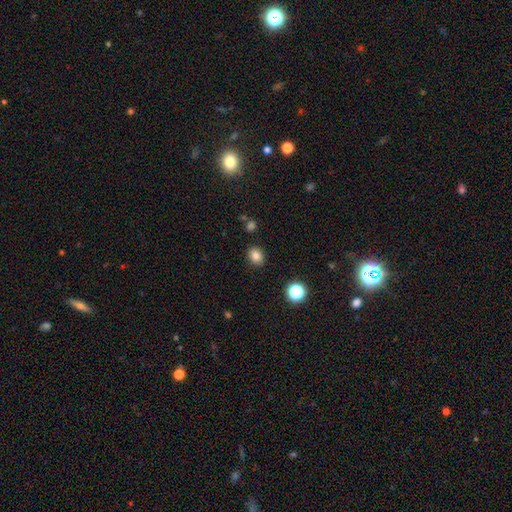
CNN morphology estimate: type=smooth (81%); roundness=round (51%); merging=none (87%).